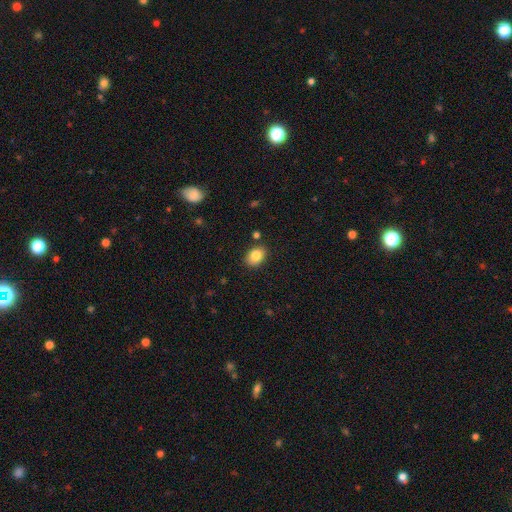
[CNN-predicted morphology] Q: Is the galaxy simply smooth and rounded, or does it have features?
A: smooth — 84%.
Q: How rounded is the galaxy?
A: in between — 69%.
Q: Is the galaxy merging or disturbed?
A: none — 85%.